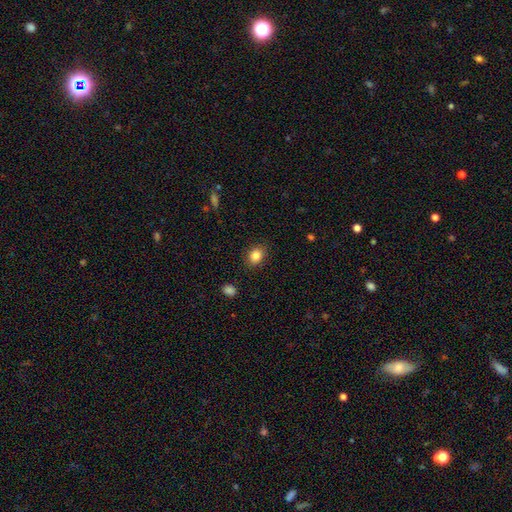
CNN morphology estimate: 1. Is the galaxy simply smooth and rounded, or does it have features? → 85% smooth, 10% star or artifact, 5% featured or disk.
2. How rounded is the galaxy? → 54% in between, 45% round, 1% cigar-shaped.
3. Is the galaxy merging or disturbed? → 87% none, 9% minor disturbance, 3% major disturbance, 1% merger.